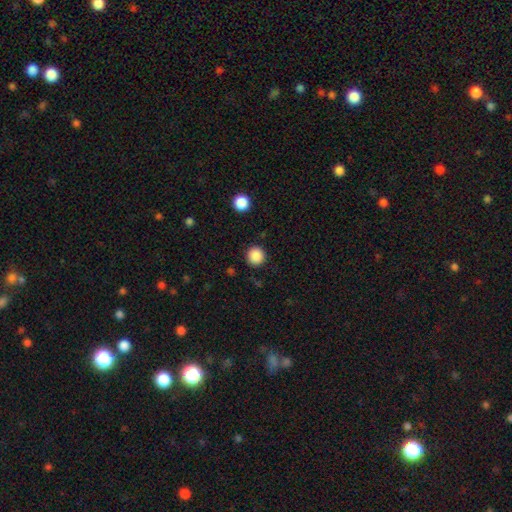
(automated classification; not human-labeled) Q: Smooth or featured?
A: smooth (87%); runner-up: star or artifact (10%)
Q: How rounded?
A: round (94%); runner-up: in between (5%)
Q: Merging?
A: none (90%); runner-up: minor disturbance (6%)